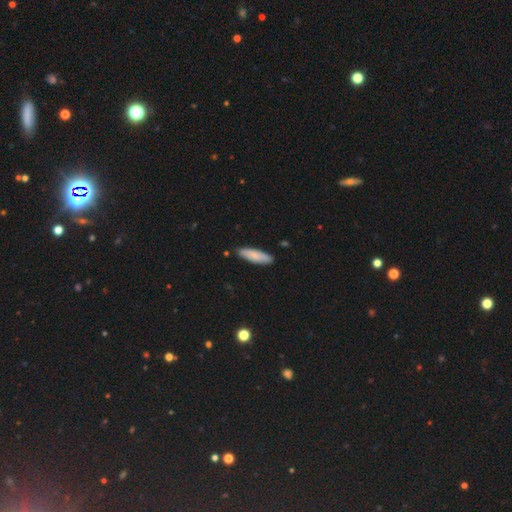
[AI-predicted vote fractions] This appears to be a smooth galaxy with no disk features (76%) that is cigar-shaped (56%). Merging: none (84%).